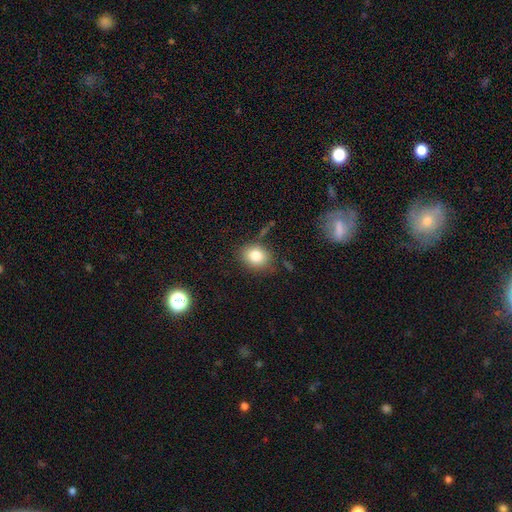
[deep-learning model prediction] Morphology: type=smooth (80%); roundness=round (60%); merging=none (77%).